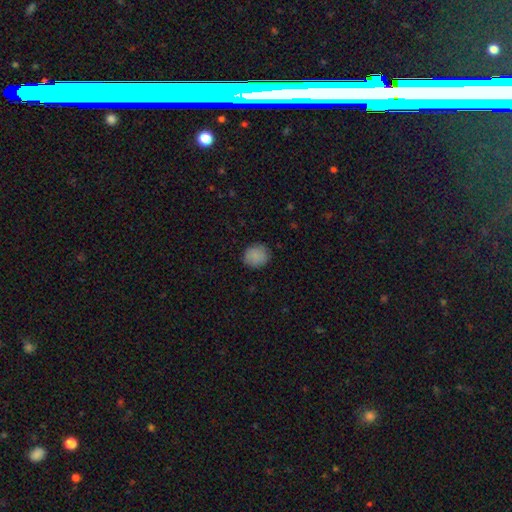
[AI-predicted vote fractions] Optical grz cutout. It shows a smooth galaxy with no disk features (87%) that is round (78%). Merging: none (87%).